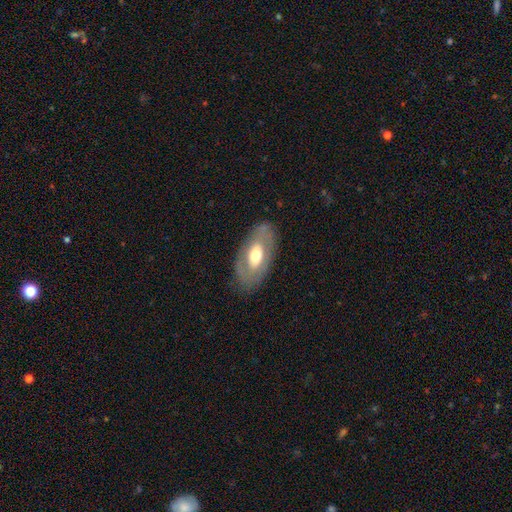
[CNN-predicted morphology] Q: Smooth or featured?
A: smooth (47%); tied with: featured or disk (47%)
Q: Merging?
A: none (80%); runner-up: minor disturbance (14%)